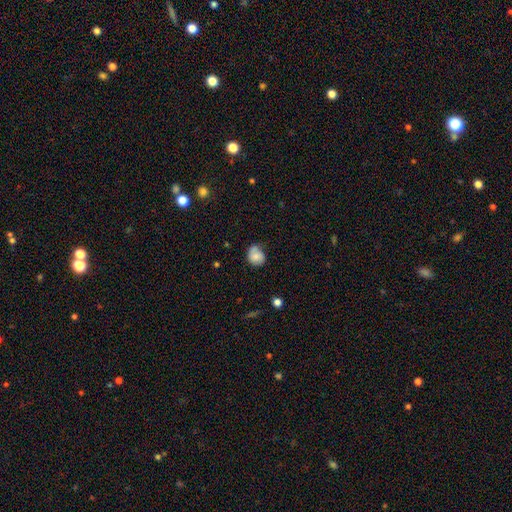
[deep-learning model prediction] This is likely a smooth galaxy (70%). How rounded: likely round (61%). Merging: possibly none (51%).